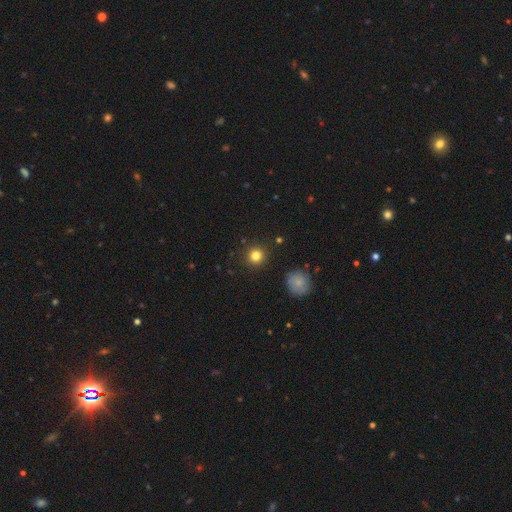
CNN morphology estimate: Smooth or featured? Predicted: smooth (p=0.82). How rounded? Predicted: round (p=0.94). Merging? Predicted: none (p=0.91).